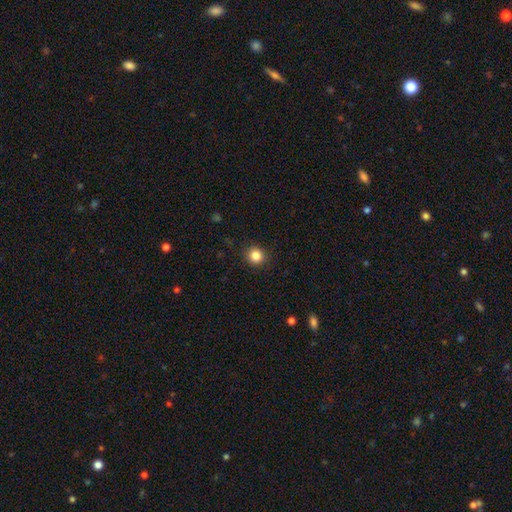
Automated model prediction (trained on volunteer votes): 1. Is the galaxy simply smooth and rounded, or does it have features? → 84% smooth, 11% star or artifact, 4% featured or disk.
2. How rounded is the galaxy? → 91% round, 8% in between, 1% cigar-shaped.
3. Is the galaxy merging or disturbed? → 91% none, 6% minor disturbance, 2% major disturbance, 1% merger.